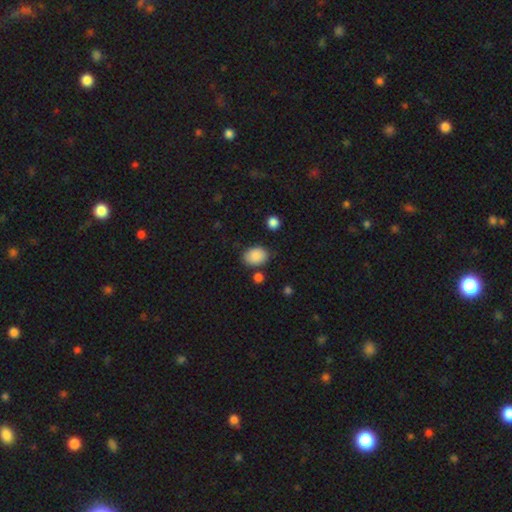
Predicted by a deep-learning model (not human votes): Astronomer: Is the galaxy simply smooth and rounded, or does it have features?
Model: smooth — 87%.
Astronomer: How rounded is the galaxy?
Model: in between — 72%.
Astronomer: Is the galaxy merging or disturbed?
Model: none — 78%.